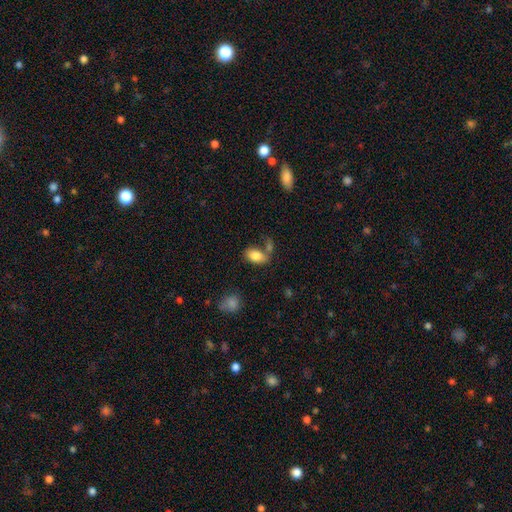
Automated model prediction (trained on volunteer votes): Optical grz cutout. It shows a smooth galaxy with no disk features (83%) that is in between round and cigar-shaped (92%). Merging: none (51%).